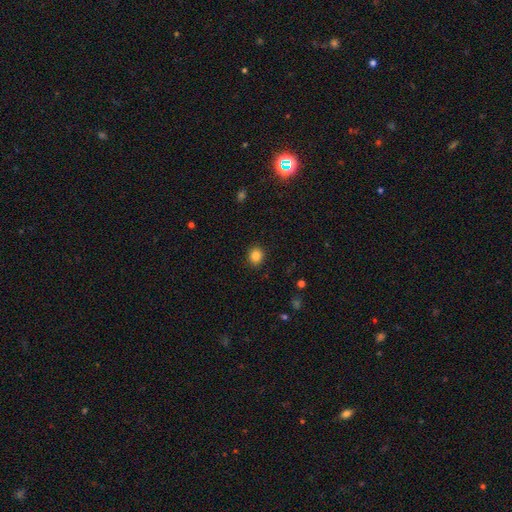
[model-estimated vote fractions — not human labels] Smooth or featured?
  - smooth: 85% *
  - star or artifact: 11%
  - featured or disk: 4%
How rounded?
  - round: 80% *
  - in between: 20%
  - cigar-shaped: 1%
Merging?
  - none: 91% *
  - minor disturbance: 6%
  - major disturbance: 2%
  - merger: 1%